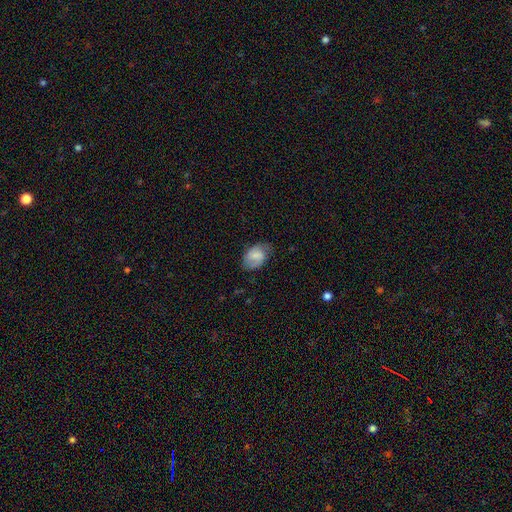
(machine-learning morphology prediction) This appears to be a smooth galaxy with no disk features (61%) that is in between round and cigar-shaped (84%). Merging: none (60%).